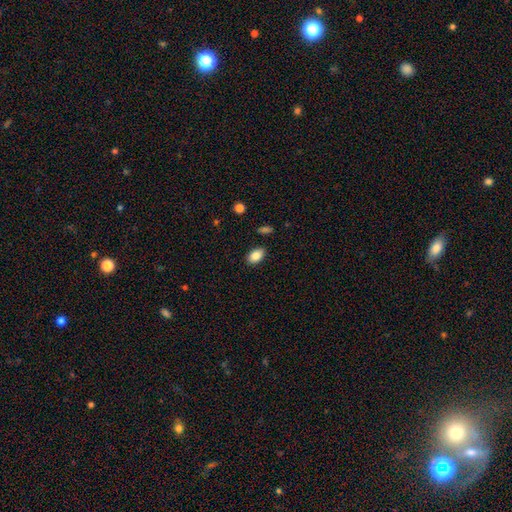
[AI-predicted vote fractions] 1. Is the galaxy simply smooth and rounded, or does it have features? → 86% smooth, 8% star or artifact, 6% featured or disk.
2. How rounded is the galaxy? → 89% in between, 10% round, 1% cigar-shaped.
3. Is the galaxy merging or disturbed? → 87% none, 9% minor disturbance, 2% major disturbance, 2% merger.